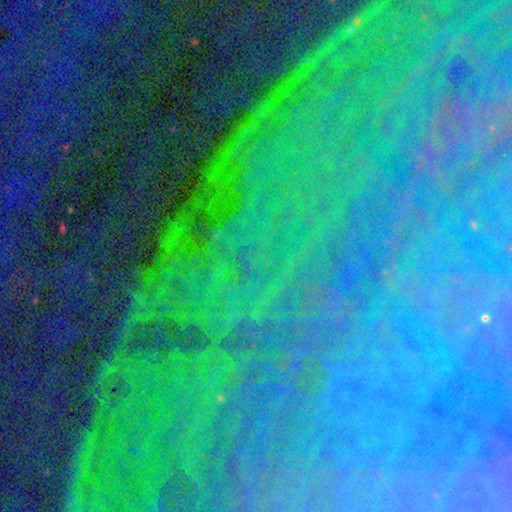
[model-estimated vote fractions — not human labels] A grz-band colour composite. It shows a star or artifact, not a galaxy (77%).